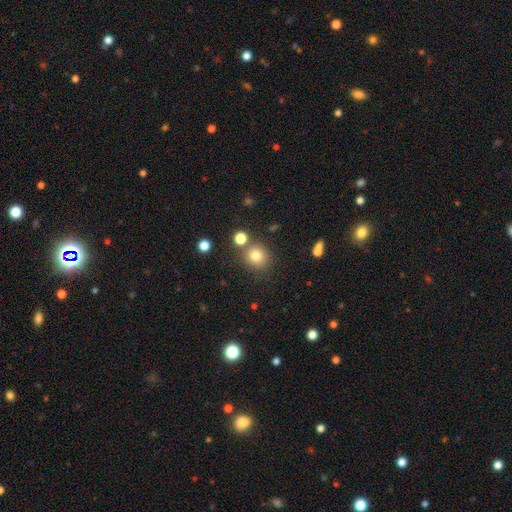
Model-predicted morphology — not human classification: This appears to be a smooth galaxy with no disk features (79%) that is round (88%). Merging: none (76%).